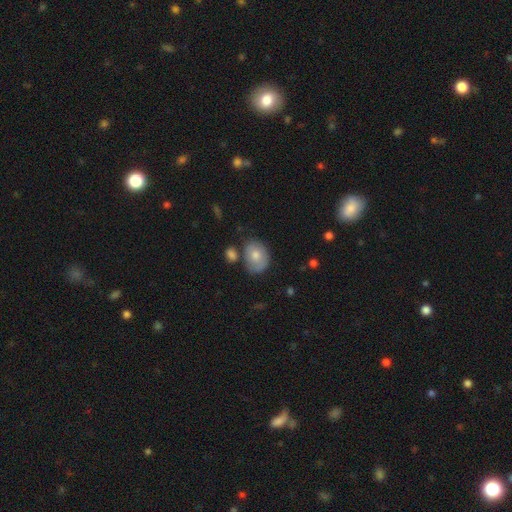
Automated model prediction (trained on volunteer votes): Smooth or featured? smooth (73%)
How rounded? in between (65%)
Merging? none (52%)